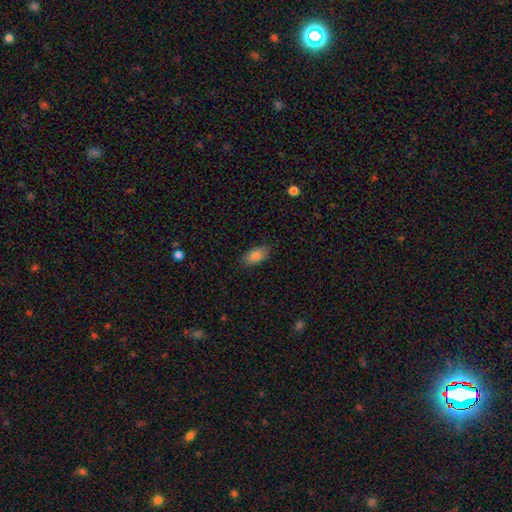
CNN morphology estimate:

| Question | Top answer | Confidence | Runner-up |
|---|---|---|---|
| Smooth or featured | smooth | 85% | featured or disk (8%) |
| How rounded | in between | 92% | cigar-shaped (4%) |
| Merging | none | 84% | minor disturbance (13%) |